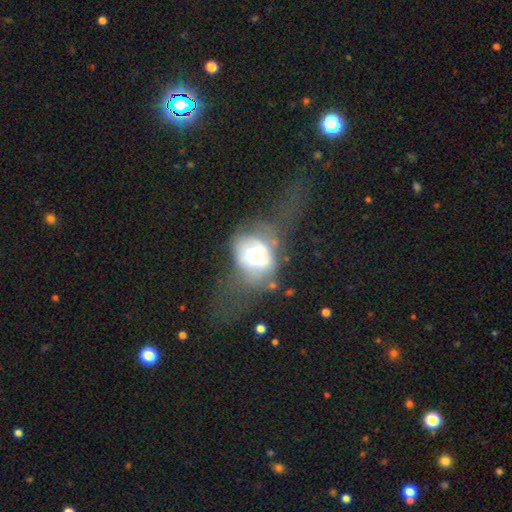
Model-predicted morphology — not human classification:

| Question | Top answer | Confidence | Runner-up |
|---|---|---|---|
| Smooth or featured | featured or disk | 48% | smooth (42%) |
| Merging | major disturbance | 49% | none (25%) |